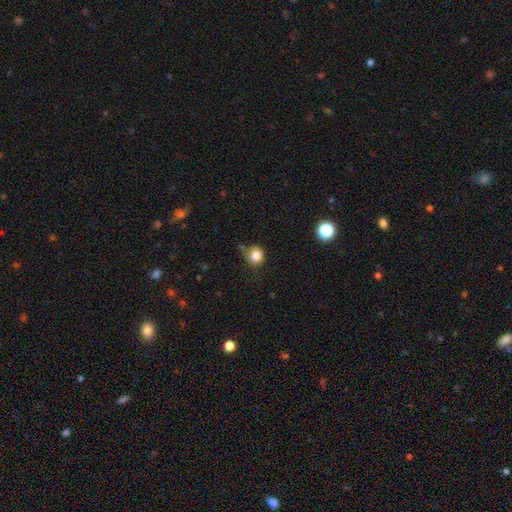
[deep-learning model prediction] smooth-or-featured: smooth: 83% | star or artifact: 12% | featured or disk: 5%
  how-rounded: round: 87% | in between: 12% | cigar-shaped: 1%
  merging: none: 68% | minor disturbance: 21% | merger: 5% | major disturbance: 5%